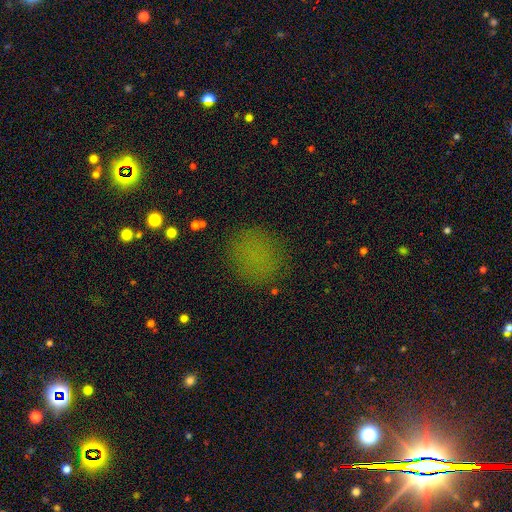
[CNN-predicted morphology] A smooth galaxy with no disk features (64%) that is round (83%).

Vote fractions:
- Smooth or featured? smooth: 64% / star or artifact: 28% / featured or disk: 8%
- How rounded? round: 83% / in between: 16% / cigar-shaped: 1%
- Merging? none: 83% / minor disturbance: 11% / major disturbance: 5% / merger: 2%